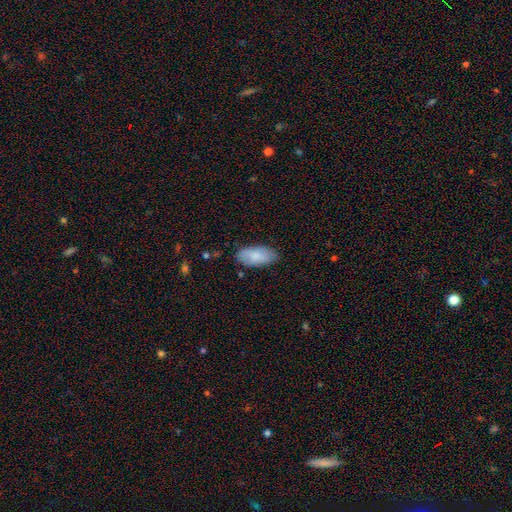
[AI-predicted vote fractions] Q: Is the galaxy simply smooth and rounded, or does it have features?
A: smooth — 81%.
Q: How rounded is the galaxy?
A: in between — 91%.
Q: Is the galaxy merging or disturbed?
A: none — 79%.